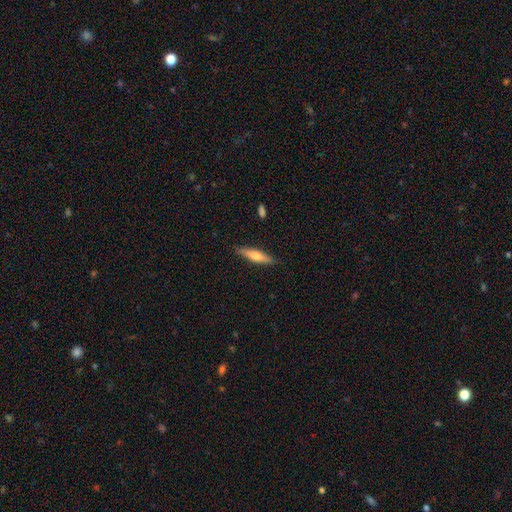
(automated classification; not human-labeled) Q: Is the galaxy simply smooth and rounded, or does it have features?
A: smooth — 56%.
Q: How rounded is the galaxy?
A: cigar-shaped — 82%.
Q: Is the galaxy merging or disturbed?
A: none — 88%.